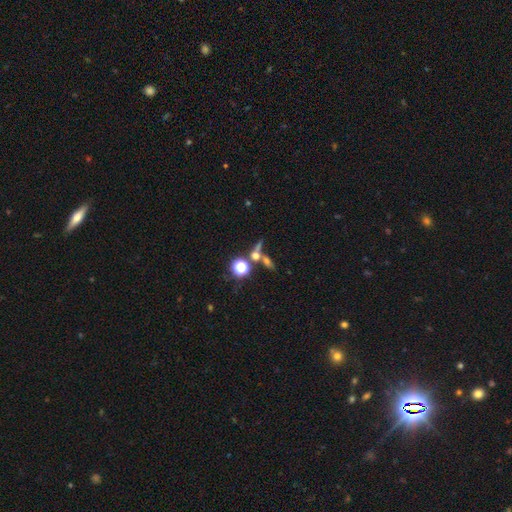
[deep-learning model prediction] Smooth or featured? smooth (40%)
Merging? none (49%)